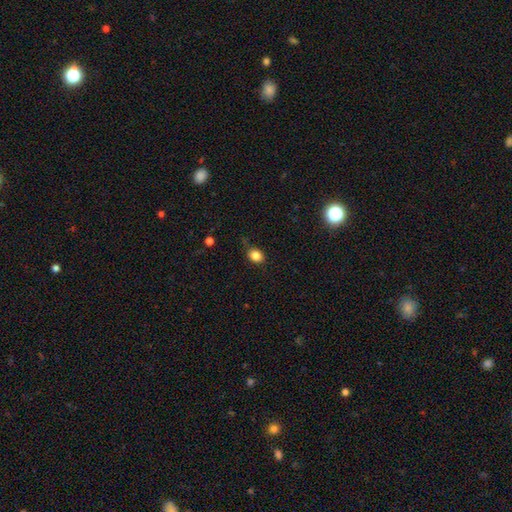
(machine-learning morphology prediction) Smooth or featured? Predicted: smooth (p=0.83). How rounded? Predicted: in between (p=0.50). Merging? Predicted: none (p=0.77).